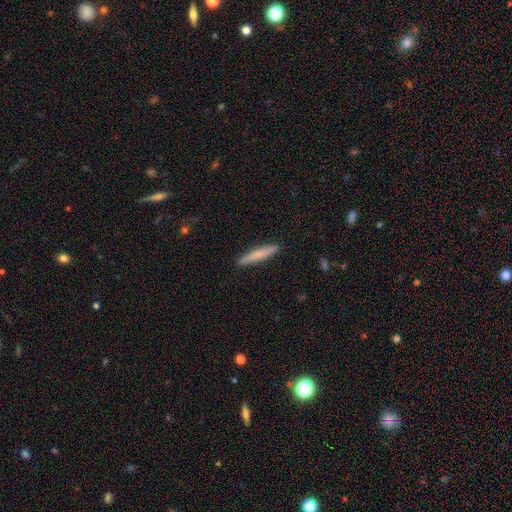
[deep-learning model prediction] smooth 73%, featured or disk 22%, star or artifact 5%. Down the decision tree: how rounded — cigar-shaped (94%); merging — none (91%).